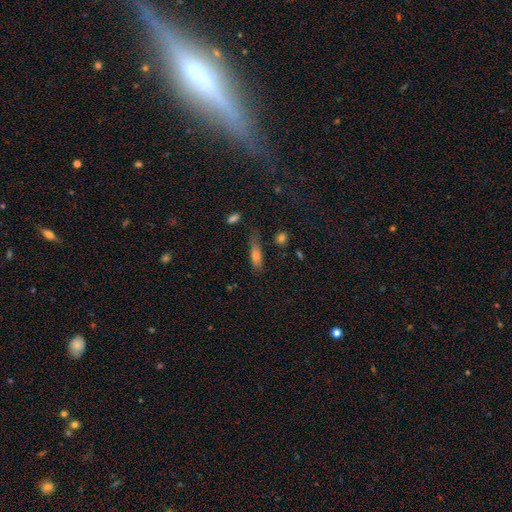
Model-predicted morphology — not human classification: Overall: smooth (65%). How rounded: cigar-shaped (61%; in between 35%). Merging: none (63%).